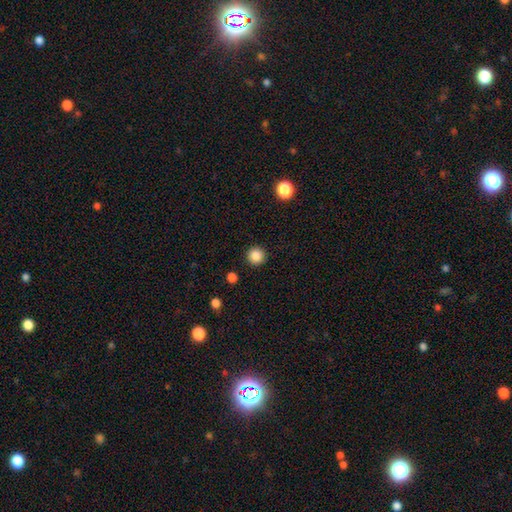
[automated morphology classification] This appears to be a smooth galaxy with no disk features (86%) that is round (95%). Merging: none (92%).